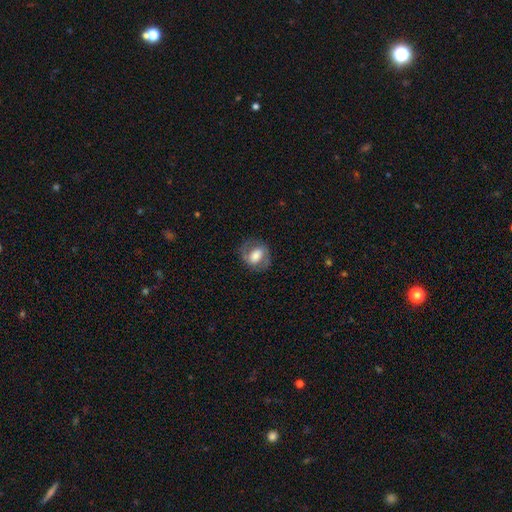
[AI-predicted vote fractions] Smooth or featured? Predicted: featured or disk (p=0.53). Edge-on disk? Predicted: no (p=0.96). Bar? Predicted: no (p=0.38). Spiral arms? Predicted: yes (p=0.74). Bulge size? Predicted: large (p=0.44). Merging? Predicted: none (p=0.75).